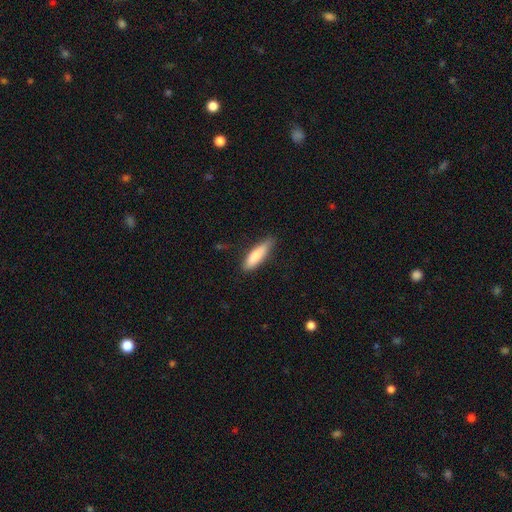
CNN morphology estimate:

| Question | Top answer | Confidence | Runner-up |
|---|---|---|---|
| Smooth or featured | smooth | 83% | featured or disk (12%) |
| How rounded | cigar-shaped | 60% | in between (39%) |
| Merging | none | 75% | minor disturbance (20%) |